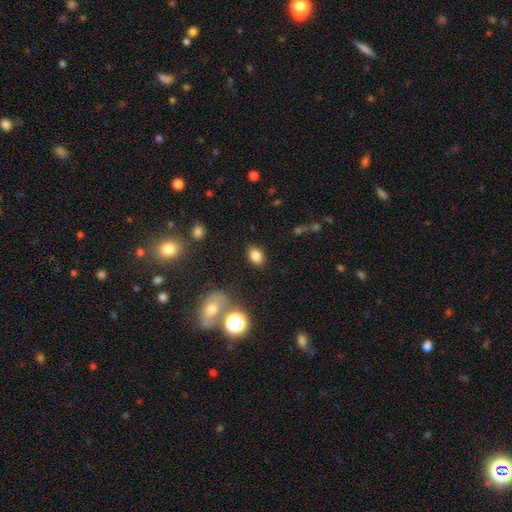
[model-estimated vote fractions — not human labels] A smooth galaxy with no disk features (81%) that is in between round and cigar-shaped (79%). Merging: none (84%).